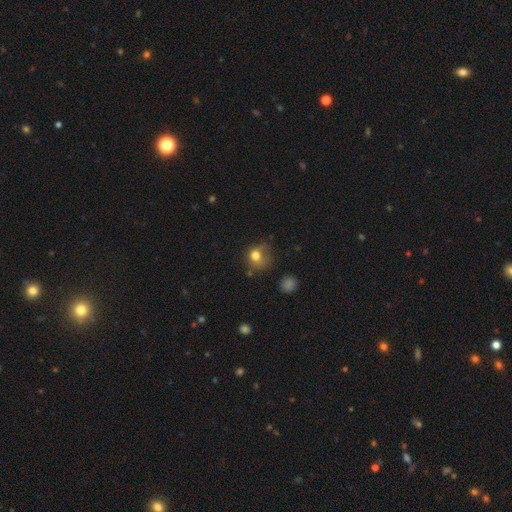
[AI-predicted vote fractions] This appears to be a smooth galaxy with no disk features (75%) that is round (78%). Merging: none (51%).